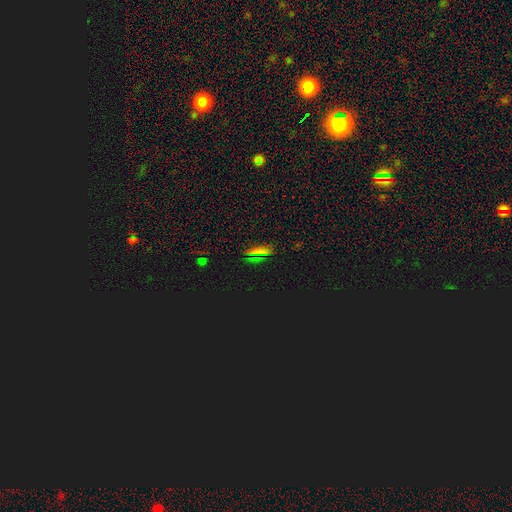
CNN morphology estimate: Smooth or featured?
  - star or artifact: 48% *
  - smooth: 43%
  - featured or disk: 9%